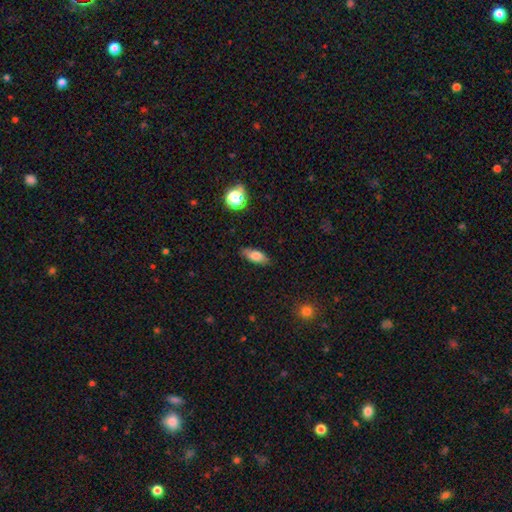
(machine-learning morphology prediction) Smooth or featured?
  - smooth: 76% *
  - featured or disk: 15%
  - star or artifact: 9%
How rounded?
  - in between: 75% *
  - cigar-shaped: 21%
  - round: 4%
Merging?
  - none: 84% *
  - minor disturbance: 12%
  - major disturbance: 3%
  - merger: 1%